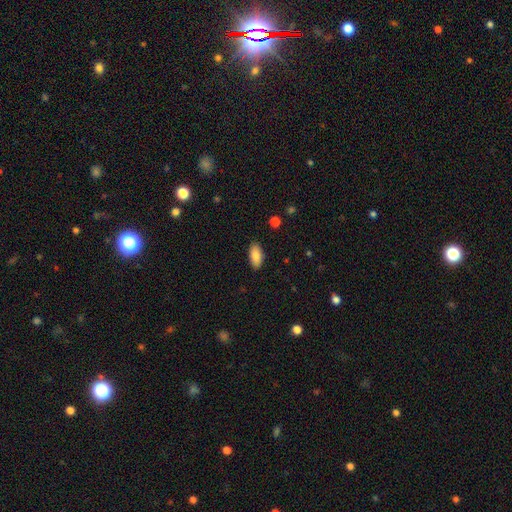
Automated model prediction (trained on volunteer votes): Smooth or featured?
  - smooth: 86% *
  - featured or disk: 7%
  - star or artifact: 7%
How rounded?
  - in between: 91% *
  - cigar-shaped: 7%
  - round: 2%
Merging?
  - none: 88% *
  - minor disturbance: 9%
  - major disturbance: 2%
  - merger: 1%